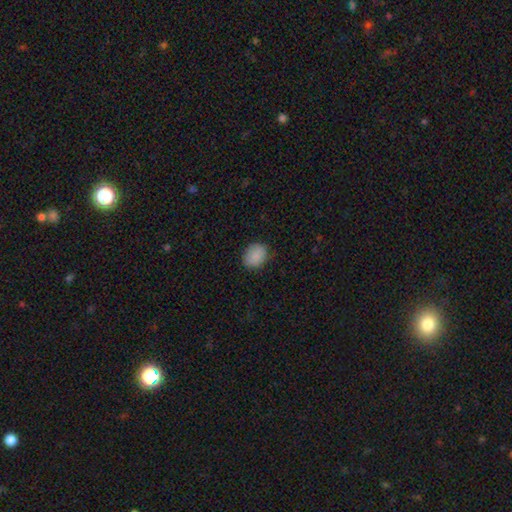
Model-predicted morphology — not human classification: smooth_or_featured: smooth (p=0.88) [alt: star or artifact p=0.08]
how_rounded: round (p=0.52) [alt: in between p=0.47]
merging: none (p=0.82) [alt: minor disturbance p=0.14]